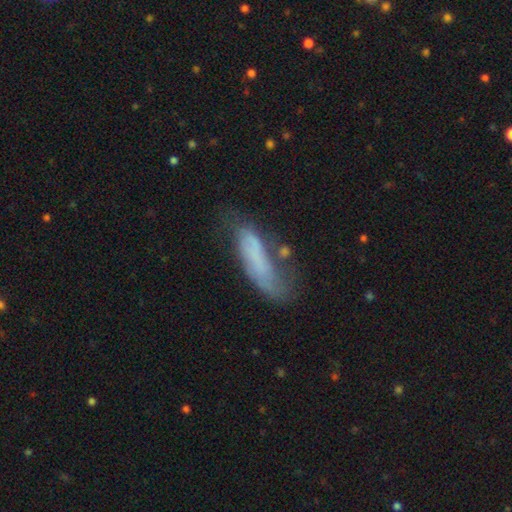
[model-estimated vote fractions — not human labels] smooth 54%, featured or disk 36%, star or artifact 10%. Down the decision tree: how rounded — cigar-shaped (54%); merging — none (39%).